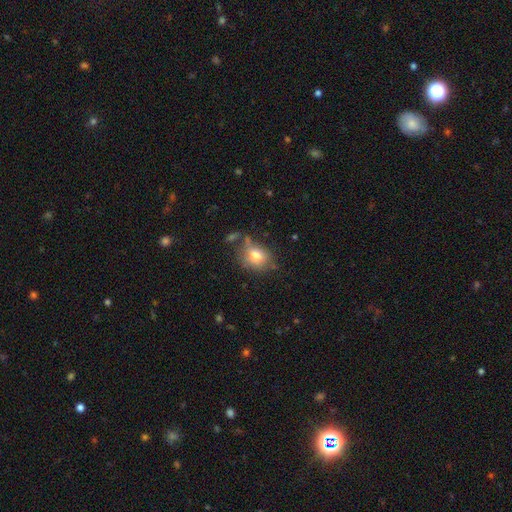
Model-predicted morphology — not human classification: This is likely a smooth galaxy (75%). How rounded: possibly in between (53%). Merging: possibly none (58%).